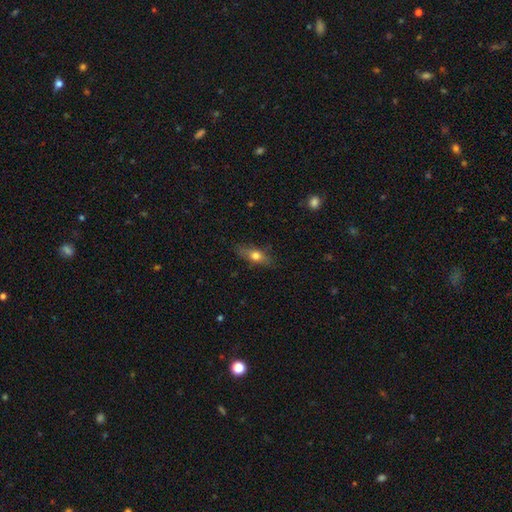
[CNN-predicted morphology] smooth-or-featured: smooth: 64% | featured or disk: 28% | star or artifact: 8%
  how-rounded: in between: 60% | cigar-shaped: 33% | round: 7%
  merging: none: 80% | minor disturbance: 15% | major disturbance: 4% | merger: 1%